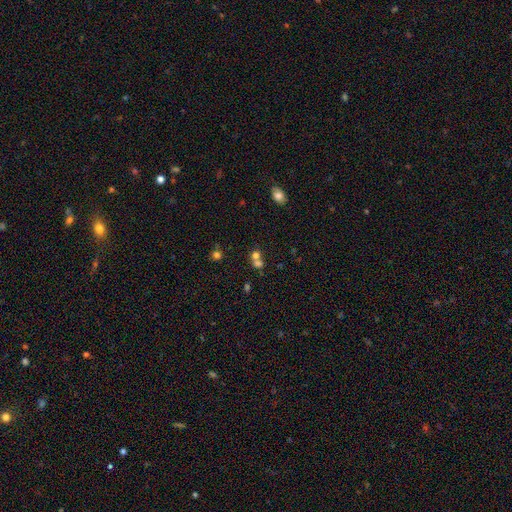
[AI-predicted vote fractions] Smooth or featured?
  - smooth: 69% *
  - star or artifact: 18%
  - featured or disk: 13%
How rounded?
  - round: 75% *
  - in between: 24%
  - cigar-shaped: 1%
Merging?
  - merger: 56% *
  - none: 35%
  - minor disturbance: 6%
  - major disturbance: 3%